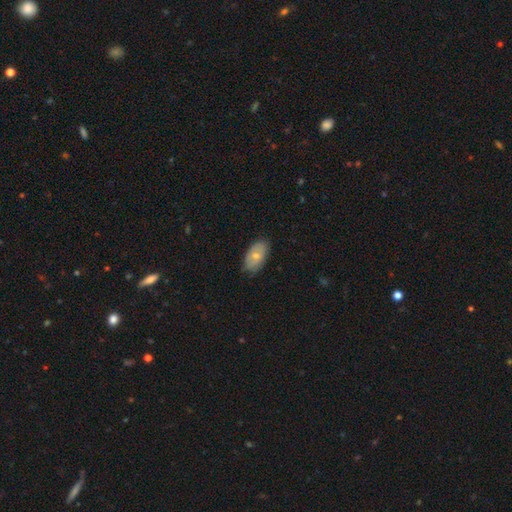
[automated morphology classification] Q: Smooth or featured?
A: smooth (65%); runner-up: featured or disk (29%)
Q: How rounded?
A: in between (93%); runner-up: round (4%)
Q: Merging?
A: none (77%); runner-up: minor disturbance (19%)